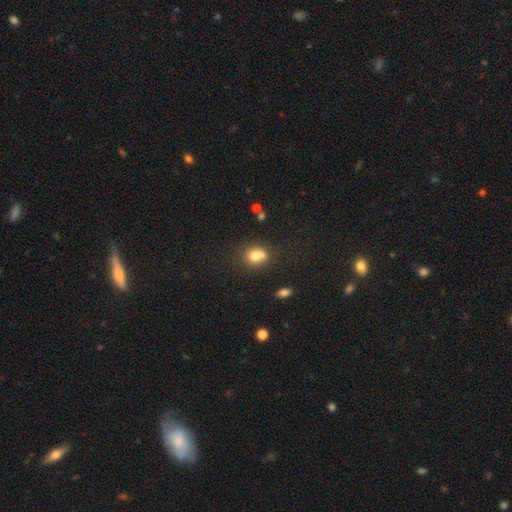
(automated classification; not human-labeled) Smooth or featured: smooth — 73% (featured or disk — 15%)
How rounded: round — 72% (in between — 27%)
Merging: none — 43% (merger — 42%)